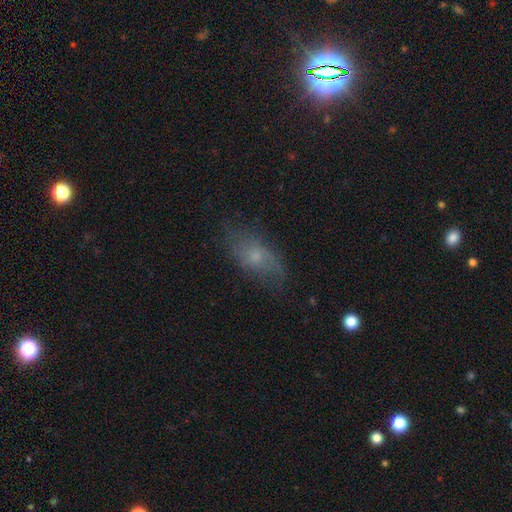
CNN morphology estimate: The model was most divided on "smooth or featured": smooth: 53%, featured or disk: 35%, star or artifact: 12%. More confident: how rounded — in between (84%); merging — none (66%).